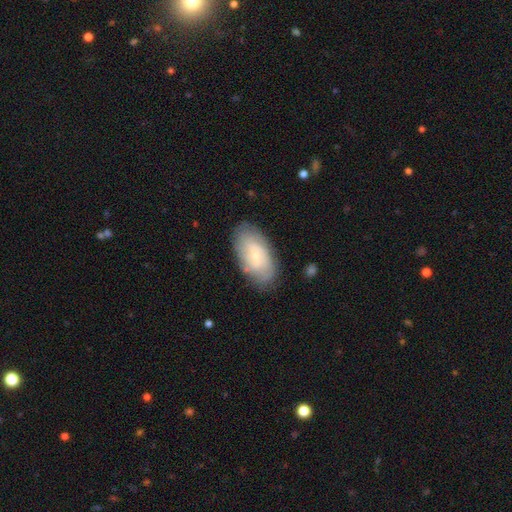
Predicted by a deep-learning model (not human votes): Smooth or featured? featured or disk (49%)
Merging? none (79%)